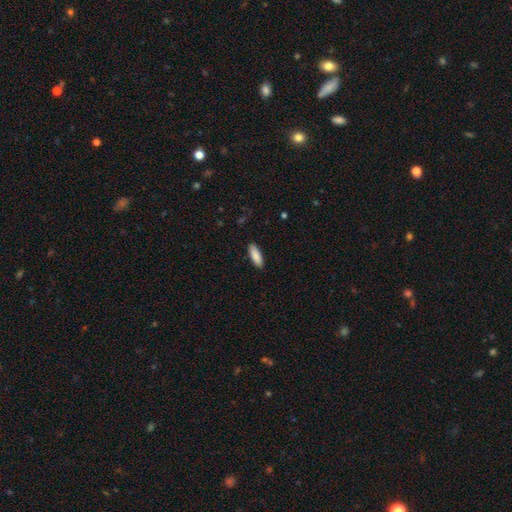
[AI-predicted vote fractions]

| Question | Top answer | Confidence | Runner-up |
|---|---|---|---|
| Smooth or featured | smooth | 89% | star or artifact (6%) |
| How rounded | in between | 61% | cigar-shaped (38%) |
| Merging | none | 89% | minor disturbance (8%) |